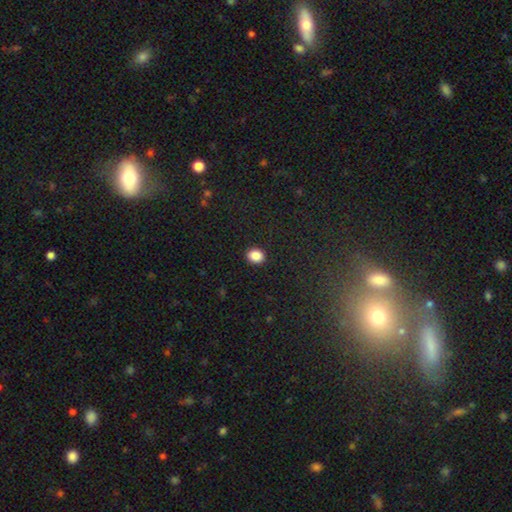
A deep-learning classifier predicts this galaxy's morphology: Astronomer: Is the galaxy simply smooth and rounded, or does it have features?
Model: smooth — 87%.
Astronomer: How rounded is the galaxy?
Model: round — 59% (runner-up: in between, 40%).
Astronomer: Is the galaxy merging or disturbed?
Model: none — 91%.